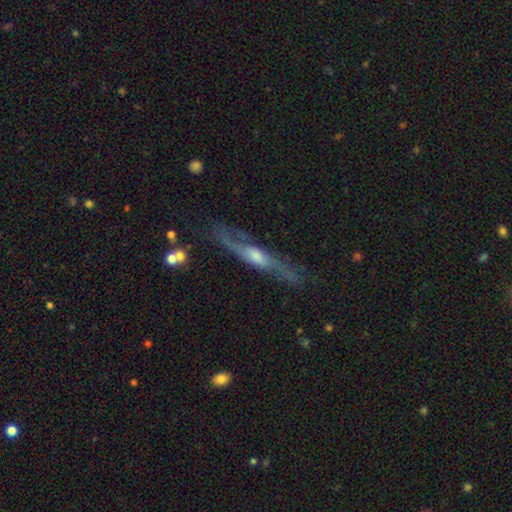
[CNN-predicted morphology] Smooth or featured? Predicted: featured or disk (p=0.78). Edge-on disk? Predicted: yes (p=0.61). Merging? Predicted: none (p=0.74).